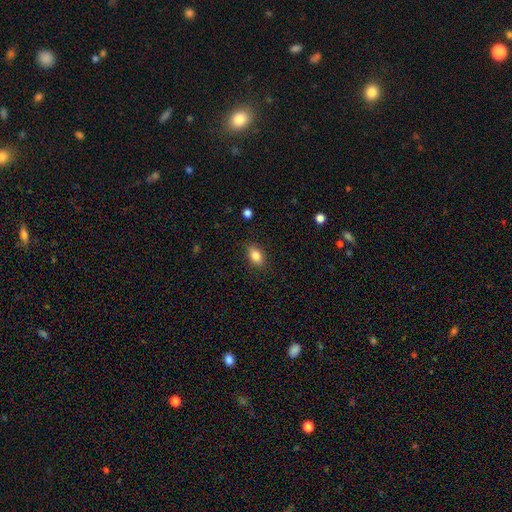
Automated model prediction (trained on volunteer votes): A smooth galaxy with no disk features (84%) that is in between round and cigar-shaped (86%).

Vote fractions:
- Smooth or featured? smooth: 84% / star or artifact: 9% / featured or disk: 8%
- How rounded? in between: 86% / round: 11% / cigar-shaped: 3%
- Merging? none: 86% / minor disturbance: 10% / major disturbance: 3% / merger: 1%